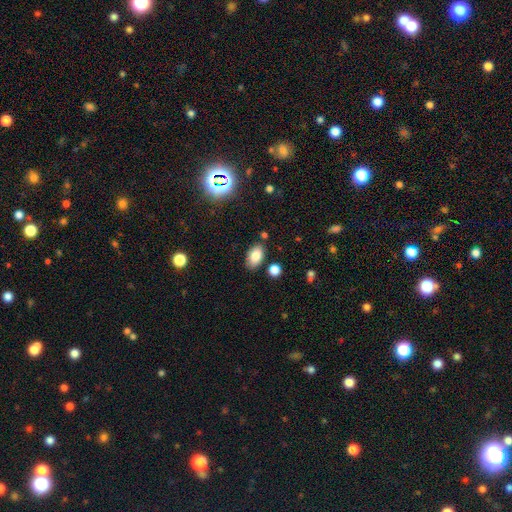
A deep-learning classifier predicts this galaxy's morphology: smooth-or-featured: smooth: 80% | featured or disk: 11% | star or artifact: 10%
  how-rounded: in between: 91% | round: 7% | cigar-shaped: 2%
  merging: none: 81% | minor disturbance: 11% | merger: 5% | major disturbance: 3%